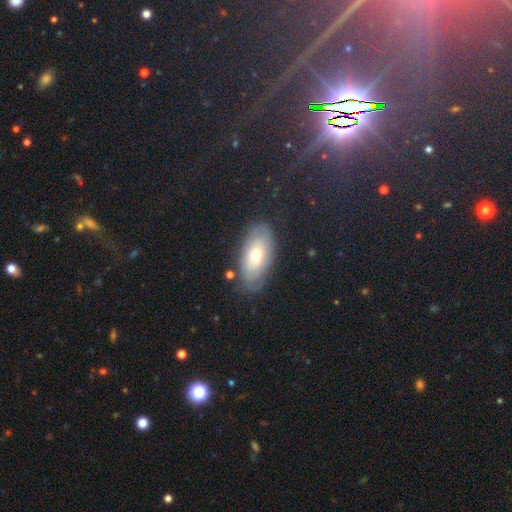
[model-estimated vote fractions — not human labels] A smooth galaxy with no disk features (48%). Merging: none (80%).